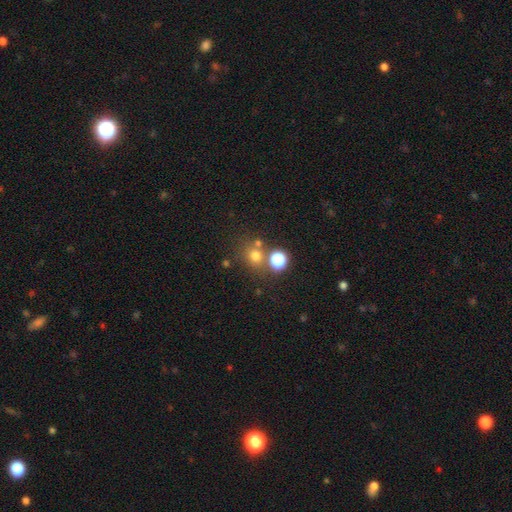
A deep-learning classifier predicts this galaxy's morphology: smooth 68%, star or artifact 23%, featured or disk 9%. Down the decision tree: how rounded — round (83%); merging — none (68%).